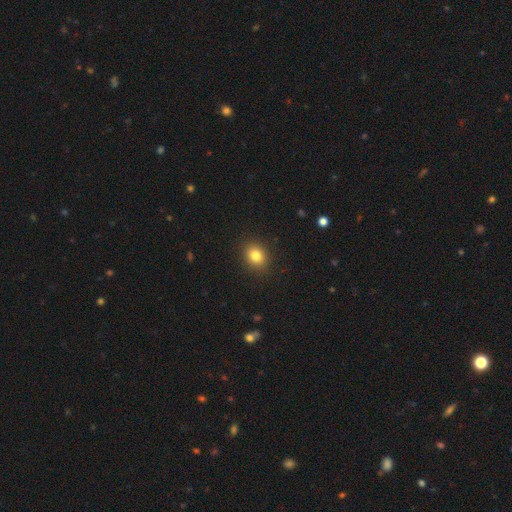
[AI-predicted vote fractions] Morphology: type=smooth (81%); roundness=round (58%); merging=none (89%).